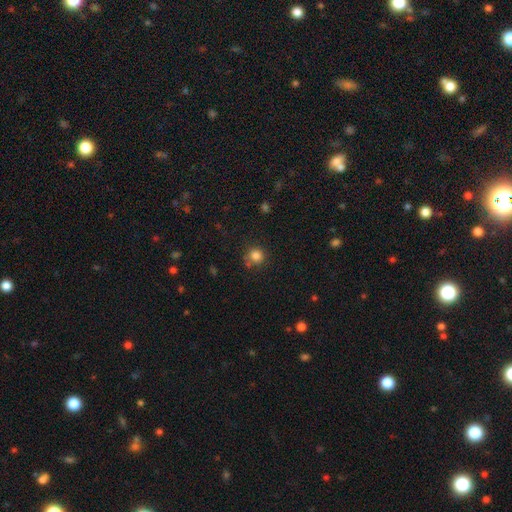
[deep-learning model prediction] Q: Smooth or featured?
A: smooth (83%); runner-up: star or artifact (12%)
Q: How rounded?
A: round (92%); runner-up: in between (7%)
Q: Merging?
A: none (77%); runner-up: minor disturbance (12%)